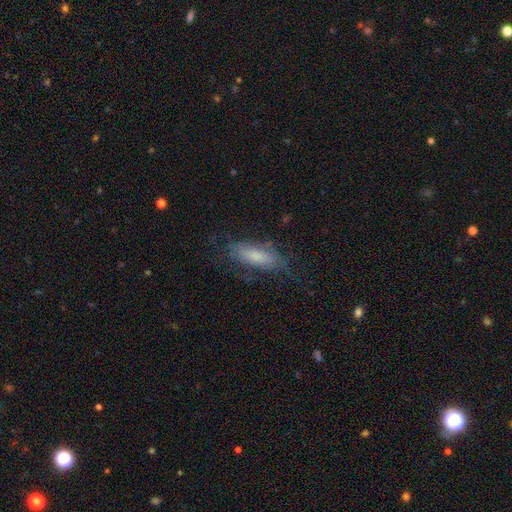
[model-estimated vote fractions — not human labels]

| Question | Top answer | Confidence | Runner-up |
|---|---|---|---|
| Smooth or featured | smooth | 54% | featured or disk (36%) |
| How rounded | in between | 64% | cigar-shaped (34%) |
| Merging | none | 66% | minor disturbance (21%) |